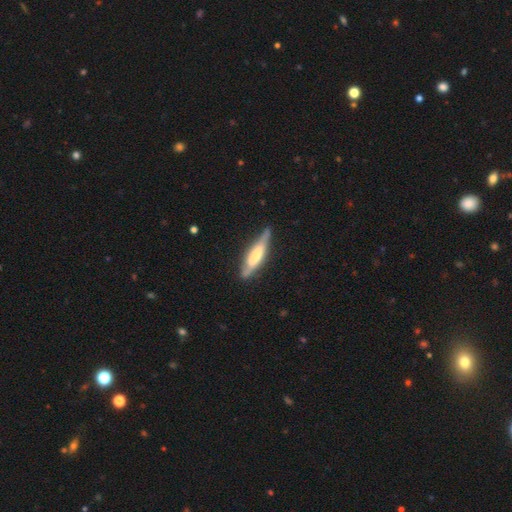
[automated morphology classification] The model was most divided on "smooth or featured": featured or disk: 51%, smooth: 43%, star or artifact: 6%. More confident: edge-on disk — yes (83%); merging — none (73%).